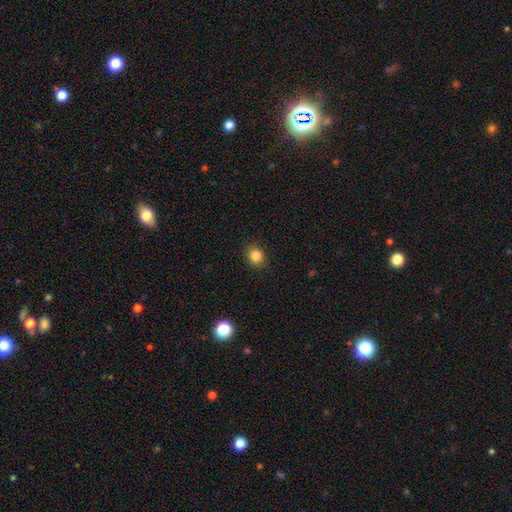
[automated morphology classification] Q: Smooth or featured?
A: smooth (85%); runner-up: star or artifact (11%)
Q: How rounded?
A: round (67%); runner-up: in between (32%)
Q: Merging?
A: none (88%); runner-up: minor disturbance (9%)